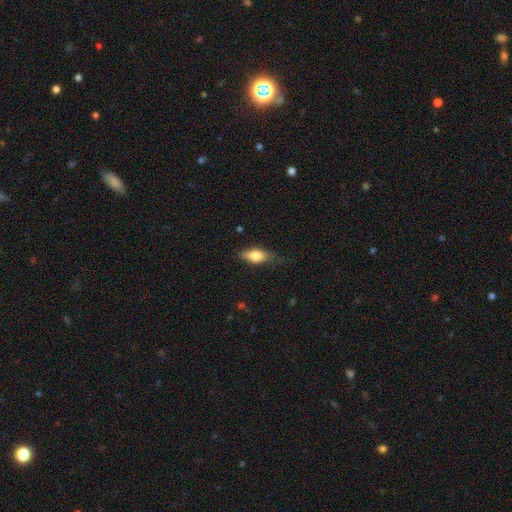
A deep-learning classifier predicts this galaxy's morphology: smooth 68%, featured or disk 25%, star or artifact 7%. Down the decision tree: how rounded — in between (74%); merging — none (65%).